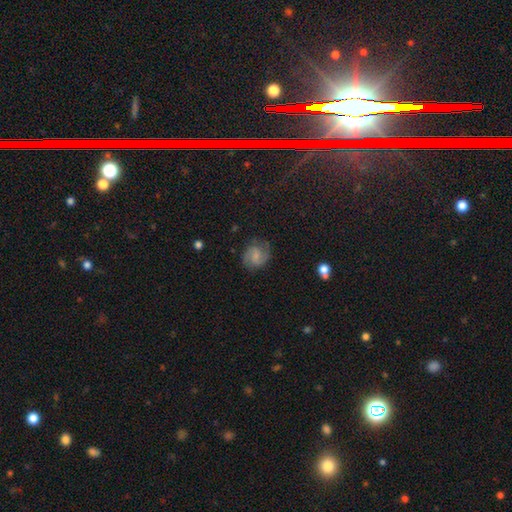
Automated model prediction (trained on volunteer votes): The model was most divided on "bar": weak: 53%, no: 34%, strong: 12%. Remaining: edge-on disk — no (98%); spiral arms — yes (93%); spiral arm count — 2 (89%); merging — none (78%); smooth or featured — featured or disk (65%); spiral winding — medium (52%); bulge size — small (50%).